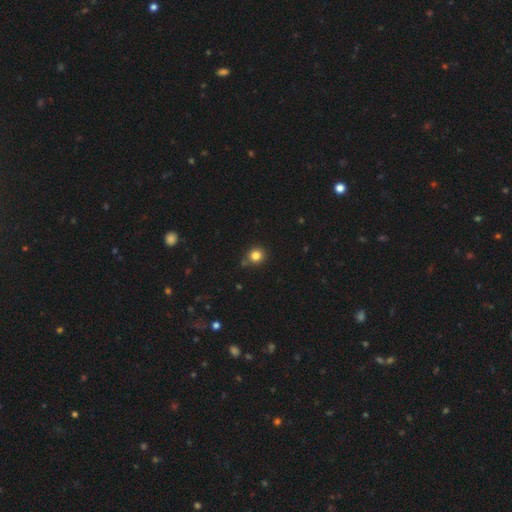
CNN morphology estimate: This is clearly a smooth galaxy (83%). How rounded: clearly round (89%). Merging: likely none (80%).